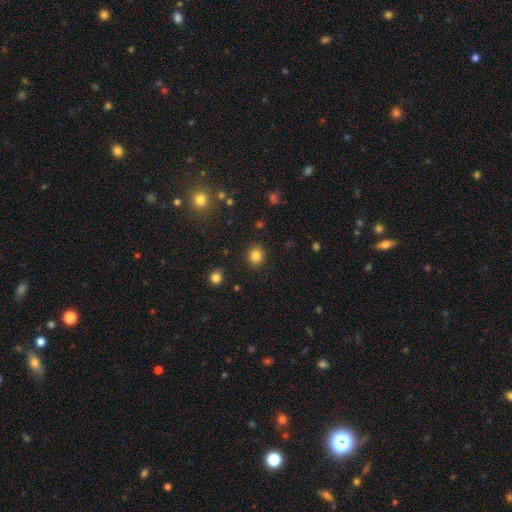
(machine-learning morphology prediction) Smooth or featured?
  - smooth: 84% *
  - star or artifact: 11%
  - featured or disk: 4%
How rounded?
  - round: 82% *
  - in between: 17%
  - cigar-shaped: 1%
Merging?
  - none: 88% *
  - minor disturbance: 7%
  - major disturbance: 3%
  - merger: 2%